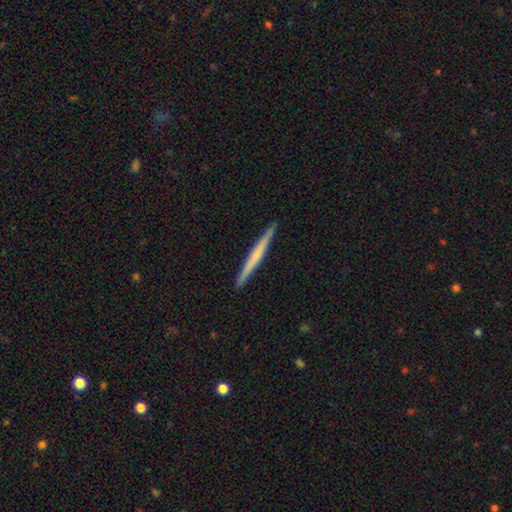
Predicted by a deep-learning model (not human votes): Morphology: type=featured or disk (48%); merging=none (92%).